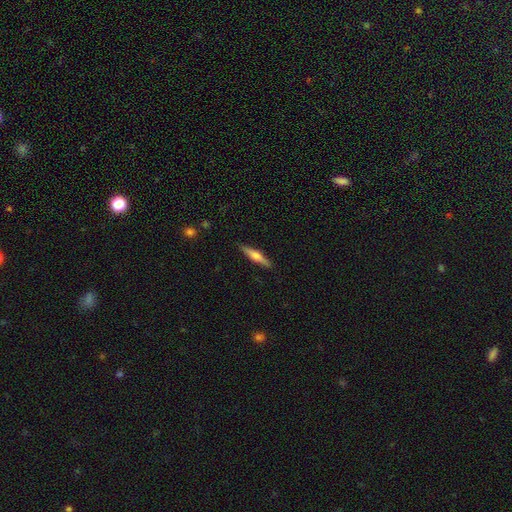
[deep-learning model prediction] Smooth or featured?
  - featured or disk: 55% *
  - smooth: 39%
  - star or artifact: 6%
Edge-on disk?
  - yes: 97% *
  - no: 3%
Edge-on bulge?
  - rounded: 83% *
  - boxy: 11%
  - none: 6%
Merging?
  - none: 90% *
  - minor disturbance: 7%
  - major disturbance: 2%
  - merger: 1%